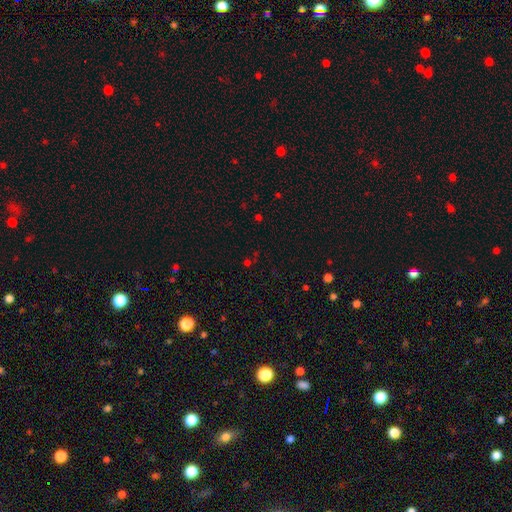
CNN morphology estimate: A star or artifact, not a galaxy (60%).

Vote fractions:
- Smooth or featured? star or artifact: 60% / smooth: 32% / featured or disk: 8%